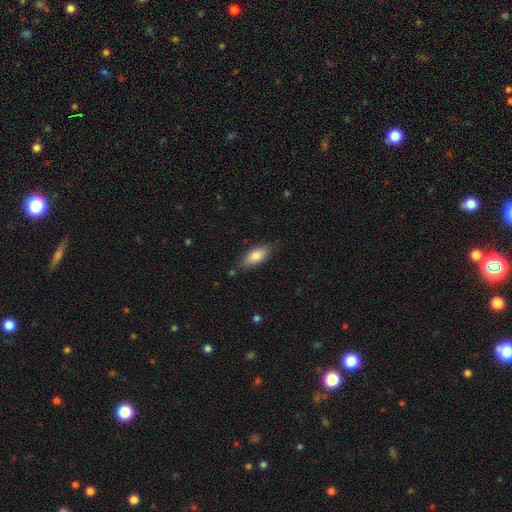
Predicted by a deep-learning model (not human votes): A smooth galaxy with no disk features (82%) that is in between round and cigar-shaped (85%).

Vote fractions:
- Smooth or featured? smooth: 82% / featured or disk: 12% / star or artifact: 7%
- How rounded? in between: 85% / cigar-shaped: 13% / round: 2%
- Merging? none: 80% / minor disturbance: 16% / major disturbance: 3% / merger: 2%